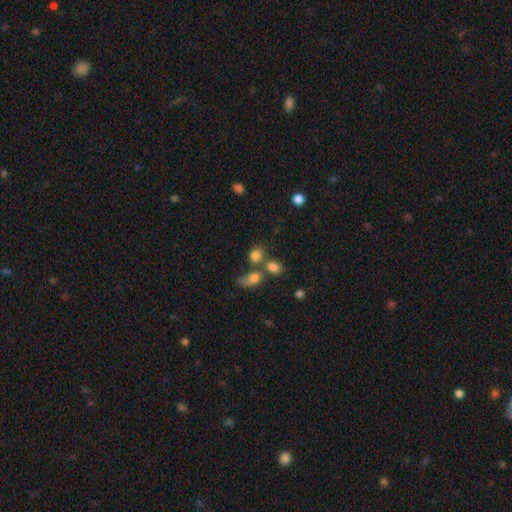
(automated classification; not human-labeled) A smooth galaxy with no disk features (79%) that is round (53%). Merging: none (42%).